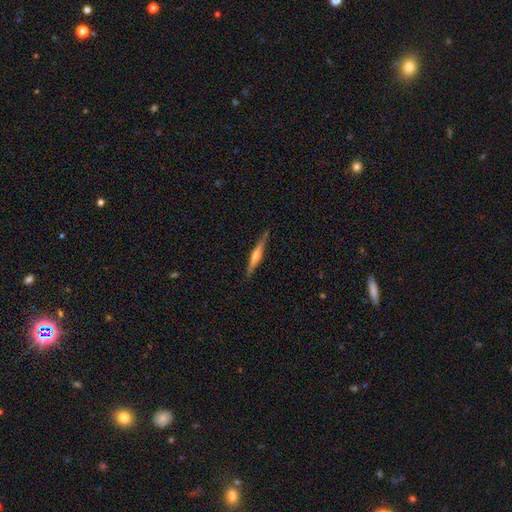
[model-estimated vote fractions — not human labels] The model was most divided on "smooth or featured": featured or disk: 65%, smooth: 29%, star or artifact: 6%. More confident: edge-on disk — yes (97%); merging — none (87%); edge-on bulge — rounded (76%).